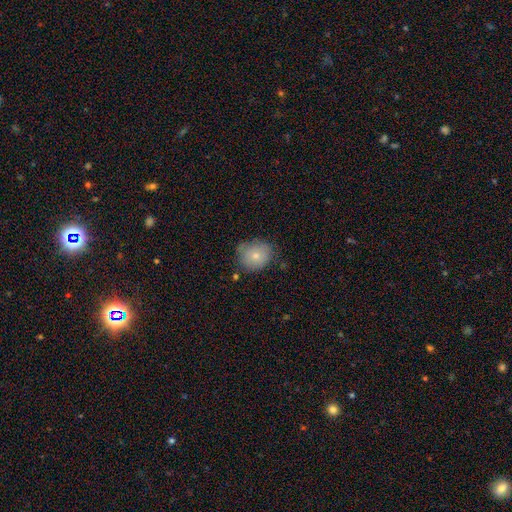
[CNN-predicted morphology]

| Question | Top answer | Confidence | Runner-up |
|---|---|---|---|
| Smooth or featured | smooth | 76% | featured or disk (16%) |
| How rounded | round | 70% | in between (29%) |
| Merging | none | 65% | minor disturbance (26%) |